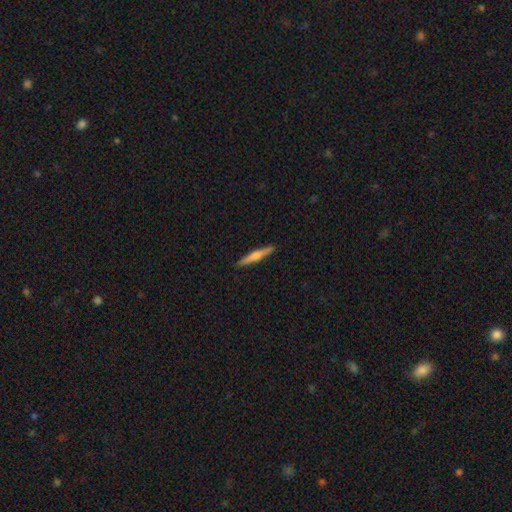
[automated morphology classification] A featured or disk galaxy (54%) viewed edge-on (98%) with a rounded central bulge (77%).

Vote fractions:
- Smooth or featured? featured or disk: 54% / smooth: 40% / star or artifact: 6%
- Edge-on disk? yes: 98% / no: 2%
- Edge-on bulge? rounded: 77% / none: 13% / boxy: 9%
- Merging? none: 92% / minor disturbance: 6% / major disturbance: 1% / merger: 1%